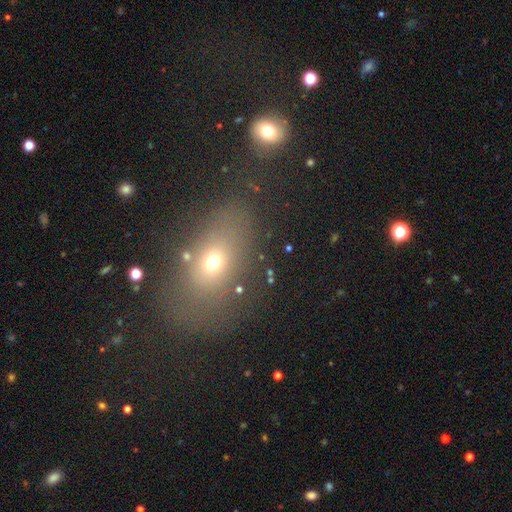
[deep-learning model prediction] This is possibly a smooth galaxy (57%). How rounded: likely in between (72%). Merging: likely none (65%).